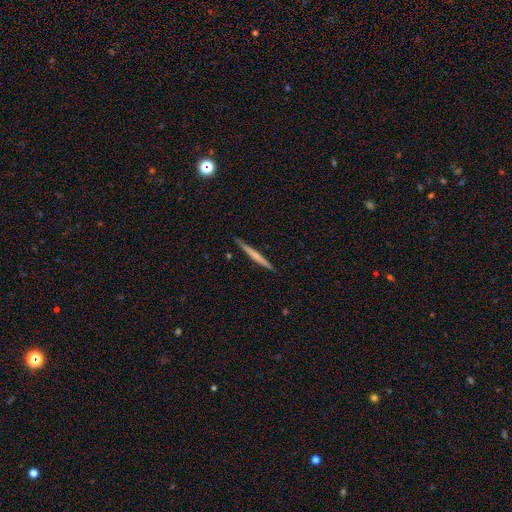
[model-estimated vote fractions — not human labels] A smooth galaxy with no disk features (50%) that is cigar-shaped (97%). Merging: none (90%).